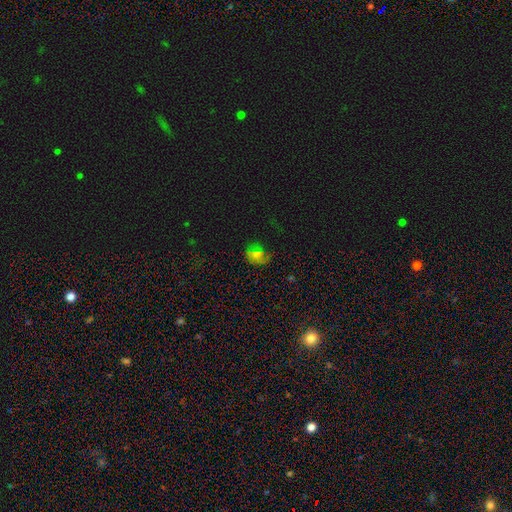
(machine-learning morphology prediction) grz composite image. It shows a smooth galaxy with no disk features (39%). Merging: none (62%).